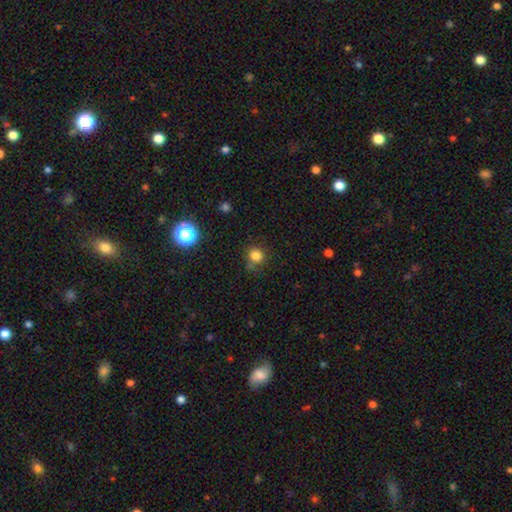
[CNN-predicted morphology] smooth-or-featured: smooth: 80% | star or artifact: 15% | featured or disk: 5%
  how-rounded: round: 89% | in between: 10% | cigar-shaped: 1%
  merging: none: 76% | minor disturbance: 13% | merger: 7% | major disturbance: 4%